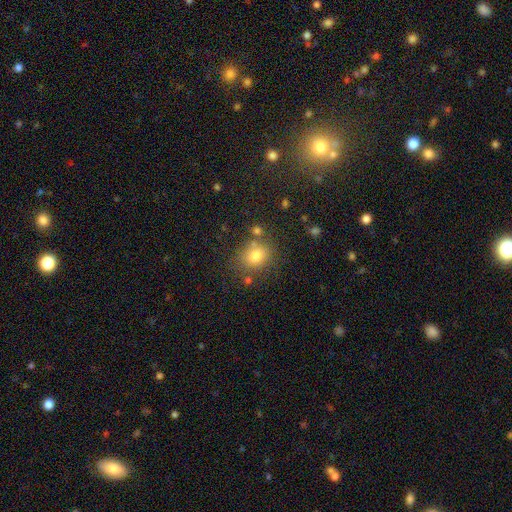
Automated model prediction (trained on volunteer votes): Smooth or featured: smooth — 77% (star or artifact — 13%)
How rounded: round — 59% (in between — 40%)
Merging: none — 72% (minor disturbance — 13%)